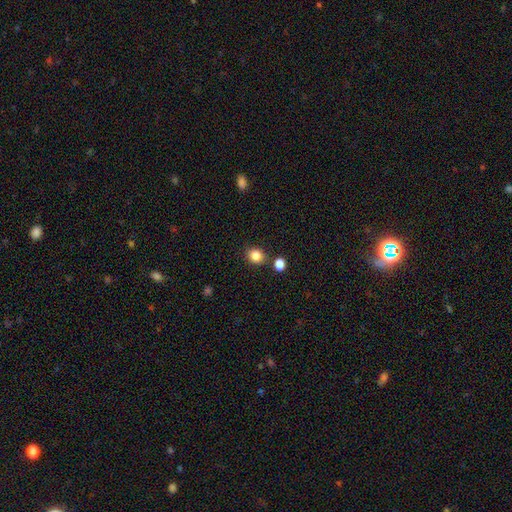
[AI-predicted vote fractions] Smooth or featured? smooth (84%)
How rounded? round (71%)
Merging? none (82%)